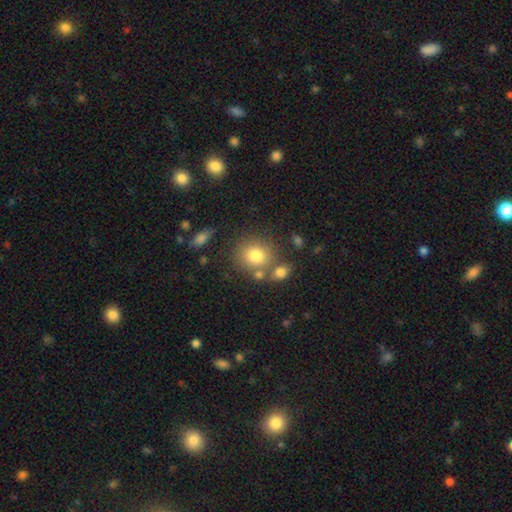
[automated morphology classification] smooth-or-featured: smooth: 79% | star or artifact: 10% | featured or disk: 10%
  how-rounded: round: 78% | in between: 21% | cigar-shaped: 1%
  merging: none: 66% | merger: 17% | minor disturbance: 12% | major disturbance: 5%